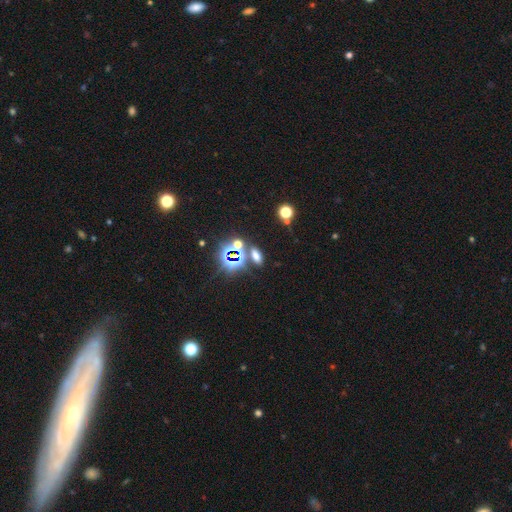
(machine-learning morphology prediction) smooth 50%, star or artifact 40%, featured or disk 10%. Down the decision tree: merging — none (76%).